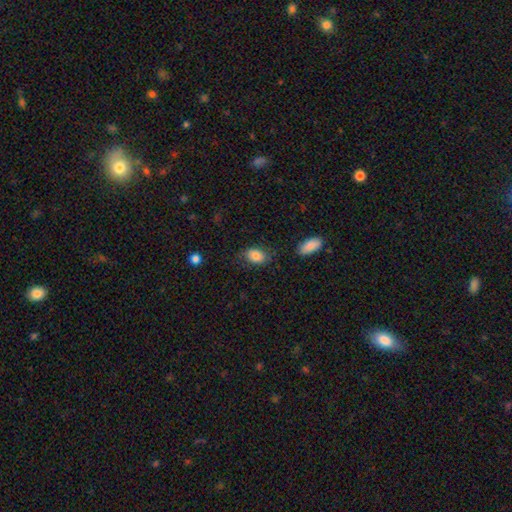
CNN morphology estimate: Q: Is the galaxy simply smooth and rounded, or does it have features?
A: smooth — 85%.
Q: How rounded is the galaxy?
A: in between — 84%.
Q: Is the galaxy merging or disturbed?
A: none — 74%.